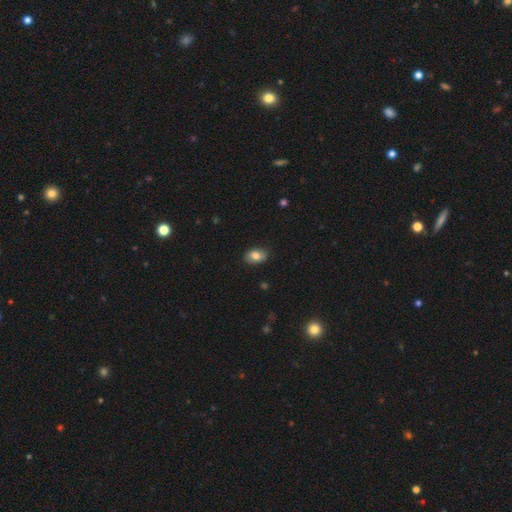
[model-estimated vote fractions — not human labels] Q: Smooth or featured?
A: smooth (81%); runner-up: featured or disk (11%)
Q: How rounded?
A: in between (85%); runner-up: round (13%)
Q: Merging?
A: none (84%); runner-up: minor disturbance (13%)